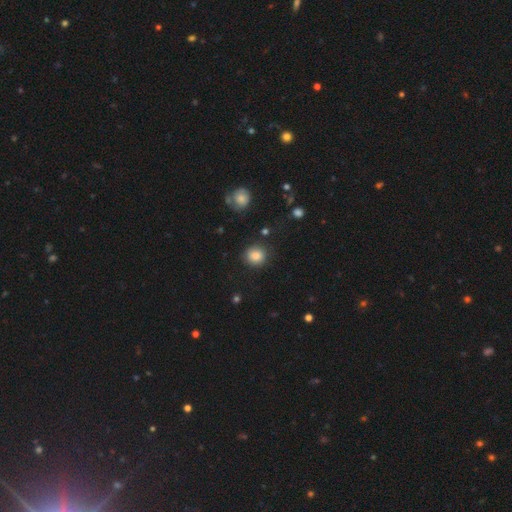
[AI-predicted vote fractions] This is clearly a smooth galaxy (85%). How rounded: clearly round (88%). Merging: clearly none (86%).